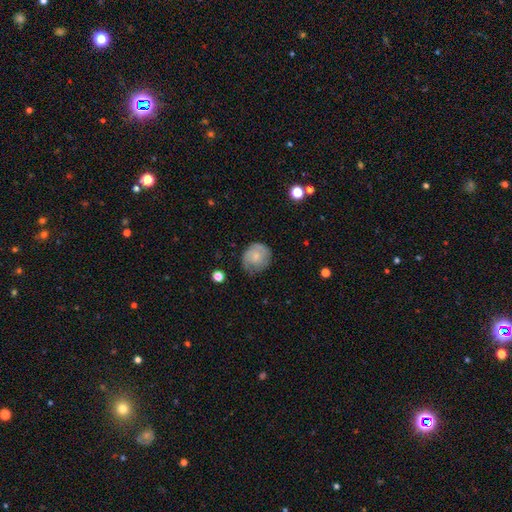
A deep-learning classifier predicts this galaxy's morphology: Overall: smooth (55%; featured or disk 37%). How rounded: round (78%). Merging: none (60%; minor disturbance 29%).